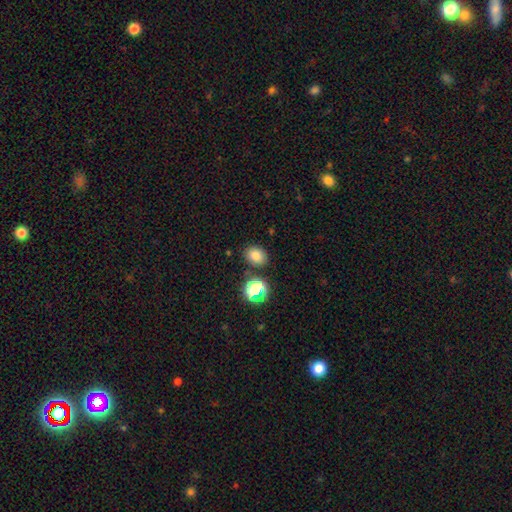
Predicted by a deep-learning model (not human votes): smooth 76%, star or artifact 16%, featured or disk 8%. Down the decision tree: how rounded — in between (50%); merging — none (82%).